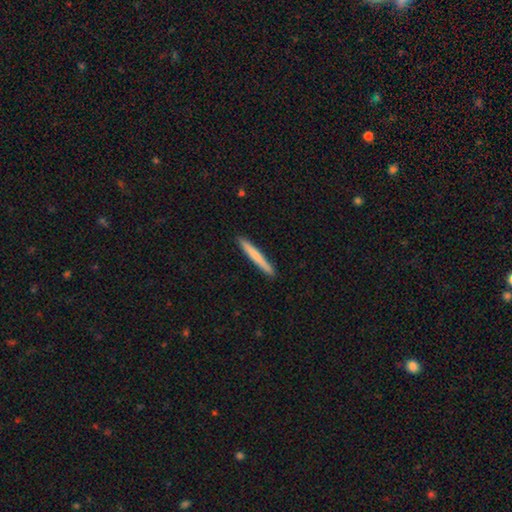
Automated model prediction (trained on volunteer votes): Smooth or featured?
  - smooth: 71% *
  - featured or disk: 24%
  - star or artifact: 5%
How rounded?
  - cigar-shaped: 97% *
  - in between: 2%
  - round: 1%
Merging?
  - none: 92% *
  - minor disturbance: 6%
  - major disturbance: 1%
  - merger: 1%